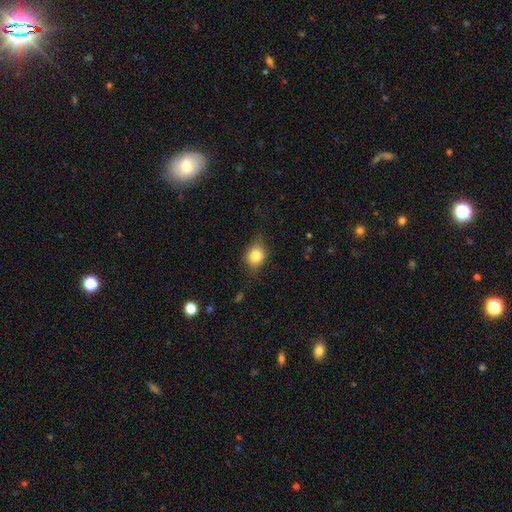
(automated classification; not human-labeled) smooth-or-featured: smooth: 75% | featured or disk: 15% | star or artifact: 10%
  how-rounded: in between: 51% | round: 46% | cigar-shaped: 2%
  merging: none: 64% | minor disturbance: 26% | major disturbance: 8% | merger: 1%